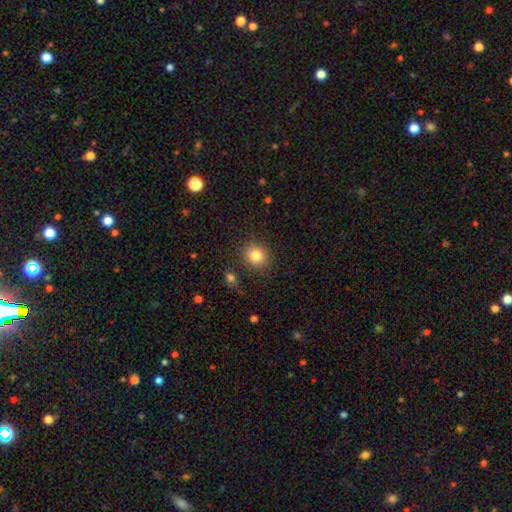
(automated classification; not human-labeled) Morphology: type=smooth (82%); roundness=round (82%); merging=none (85%).